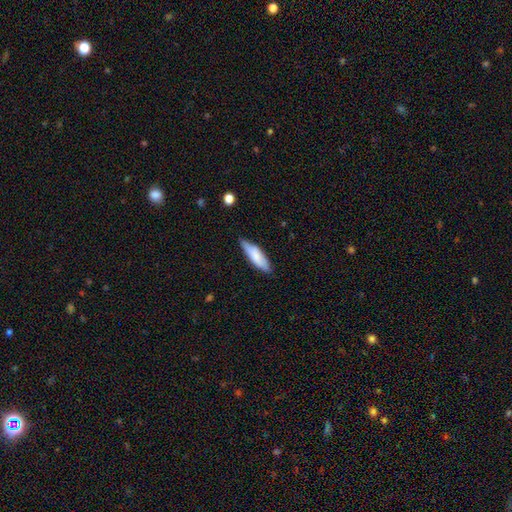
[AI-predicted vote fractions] A smooth galaxy with no disk features (77%) that is cigar-shaped (52%). Merging: none (76%).